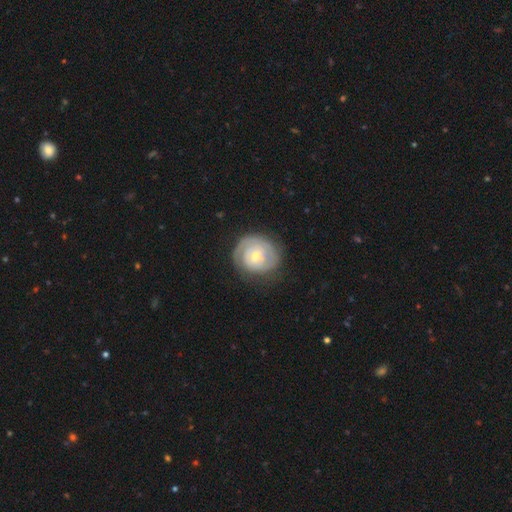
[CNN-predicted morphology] Smooth or featured? Predicted: featured or disk (p=0.76). Edge-on disk? Predicted: no (p=0.98). Bar? Predicted: no (p=0.48). Spiral arms? Predicted: yes (p=0.87). Spiral winding? Predicted: tight (p=0.76). Spiral arm count? Predicted: 2 (p=0.41). Bulge size? Predicted: small (p=0.50). Merging? Predicted: none (p=0.75).